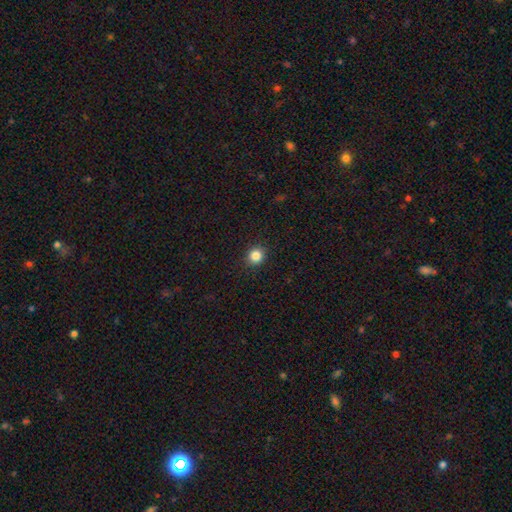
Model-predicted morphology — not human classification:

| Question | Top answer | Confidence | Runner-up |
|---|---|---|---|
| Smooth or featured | smooth | 85% | star or artifact (11%) |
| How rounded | round | 89% | in between (10%) |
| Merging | none | 91% | minor disturbance (6%) |